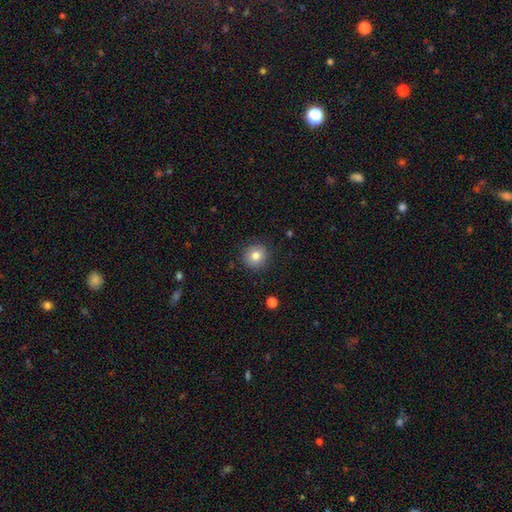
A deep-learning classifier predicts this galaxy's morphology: Q: Smooth or featured?
A: smooth (81%); runner-up: star or artifact (10%)
Q: How rounded?
A: round (92%); runner-up: in between (7%)
Q: Merging?
A: none (89%); runner-up: minor disturbance (7%)